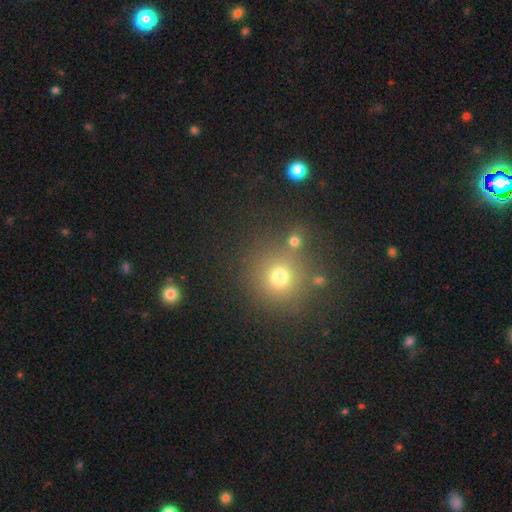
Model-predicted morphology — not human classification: This is possibly a smooth galaxy (56%). How rounded: clearly round (93%). Merging: clearly none (81%).